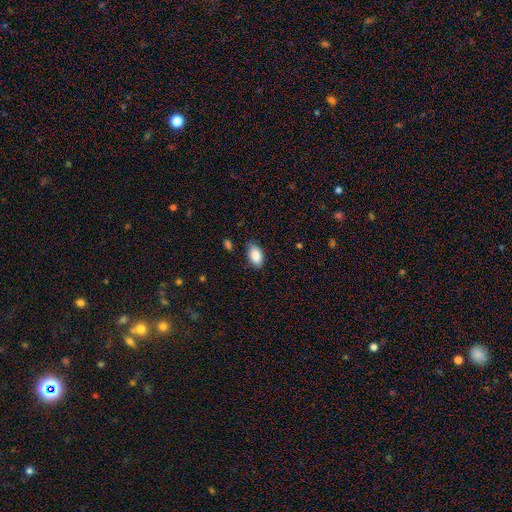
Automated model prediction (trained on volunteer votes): smooth-or-featured: smooth: 88% | star or artifact: 7% | featured or disk: 5%
  how-rounded: in between: 93% | round: 5% | cigar-shaped: 2%
  merging: none: 79% | minor disturbance: 16% | major disturbance: 3% | merger: 2%